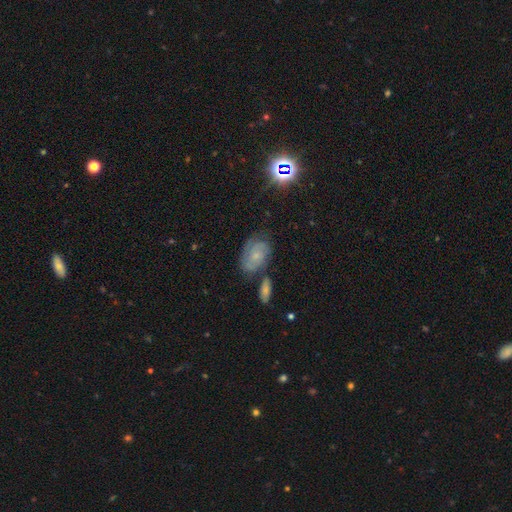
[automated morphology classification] The model was most divided on "spiral winding": tight: 52%, medium: 38%, loose: 10%. Remaining: edge-on disk — no (96%); spiral arms — yes (90%); bar — no (68%); bulge size — small (66%); smooth or featured — featured or disk (65%); merging — none (61%); spiral arm count — 2 (47%).